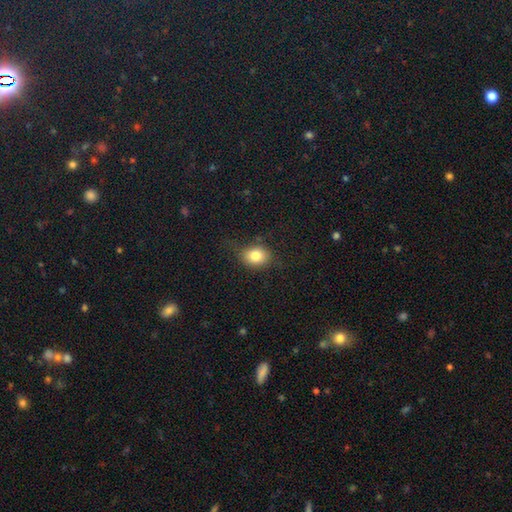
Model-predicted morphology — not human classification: Overall: smooth (81%). How rounded: round (52%; in between 47%). Merging: none (69%).